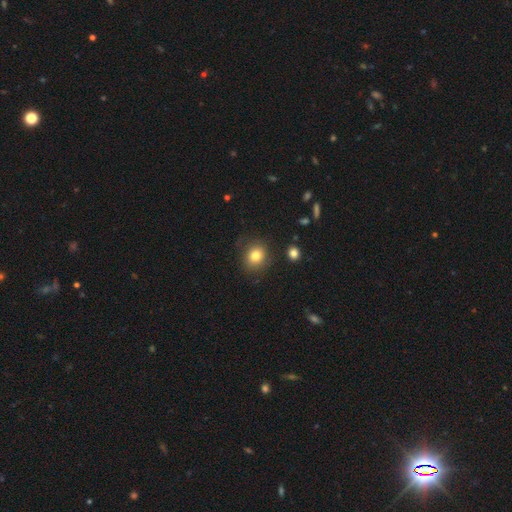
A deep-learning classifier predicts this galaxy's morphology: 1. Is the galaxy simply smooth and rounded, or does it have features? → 80% smooth, 11% star or artifact, 9% featured or disk.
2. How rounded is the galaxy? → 70% round, 29% in between, 1% cigar-shaped.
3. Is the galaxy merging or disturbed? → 82% none, 12% minor disturbance, 4% major disturbance, 2% merger.